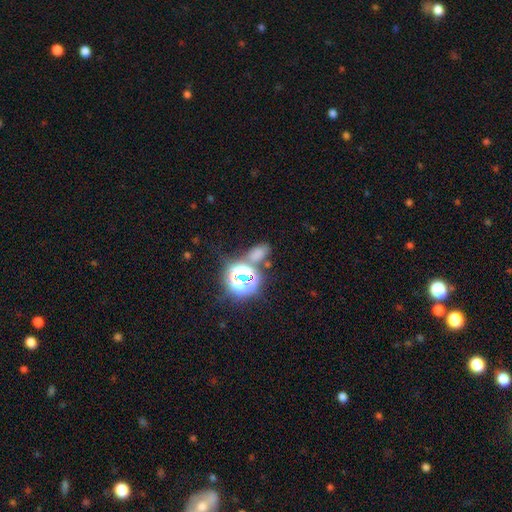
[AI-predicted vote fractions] smooth-or-featured: star or artifact: 57% | smooth: 33% | featured or disk: 10%